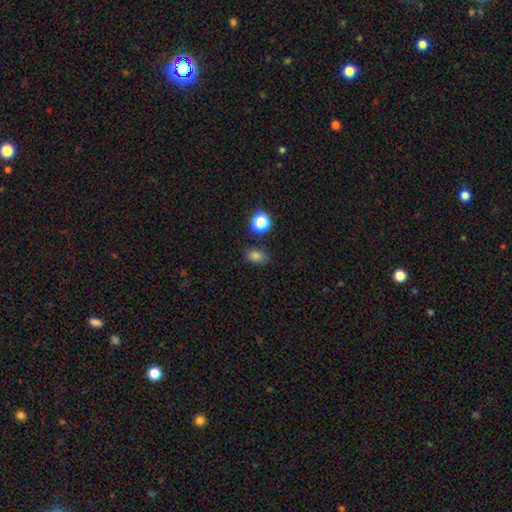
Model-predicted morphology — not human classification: This is likely a smooth galaxy (79%). How rounded: likely in between (72%). Merging: likely none (78%).